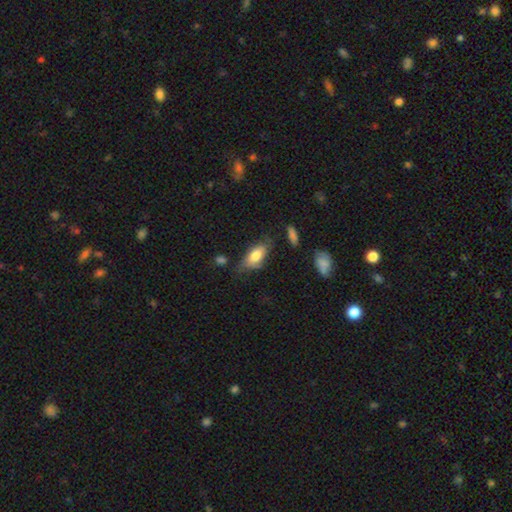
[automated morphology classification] This appears to be a smooth galaxy with no disk features (77%) that is in between round and cigar-shaped (87%). Merging: none (54%).